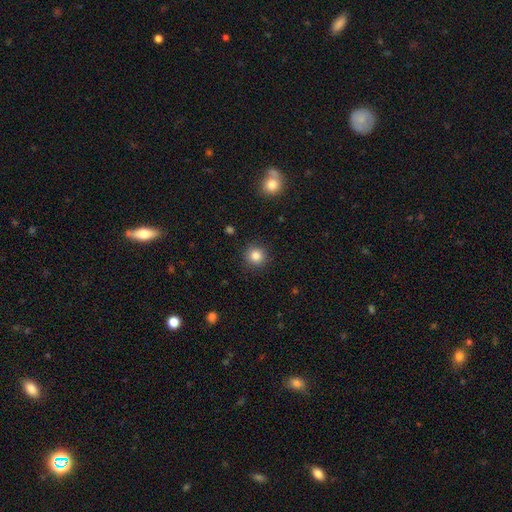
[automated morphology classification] This appears to be a smooth galaxy with no disk features (83%) that is round (93%). Merging: none (90%).